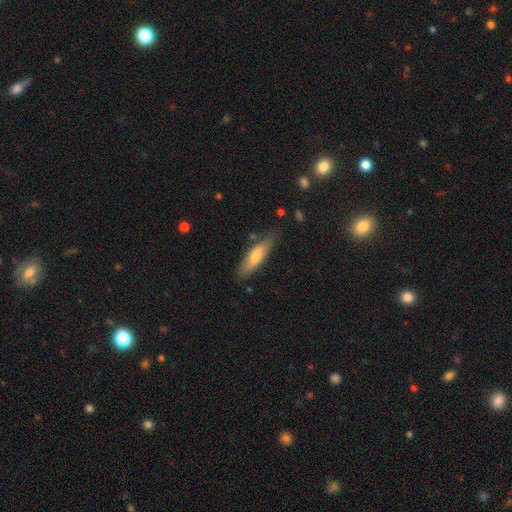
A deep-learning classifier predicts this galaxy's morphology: smooth 58%, featured or disk 35%, star or artifact 7%. Down the decision tree: how rounded — cigar-shaped (67%); merging — none (80%).